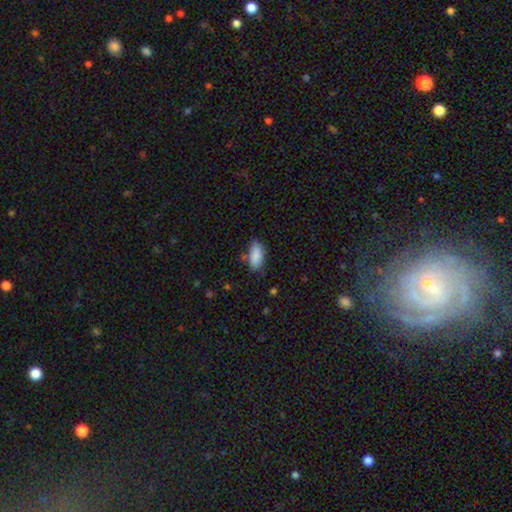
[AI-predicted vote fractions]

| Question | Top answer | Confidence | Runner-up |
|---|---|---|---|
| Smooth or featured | smooth | 88% | star or artifact (7%) |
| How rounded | in between | 89% | cigar-shaped (9%) |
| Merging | none | 70% | minor disturbance (21%) |